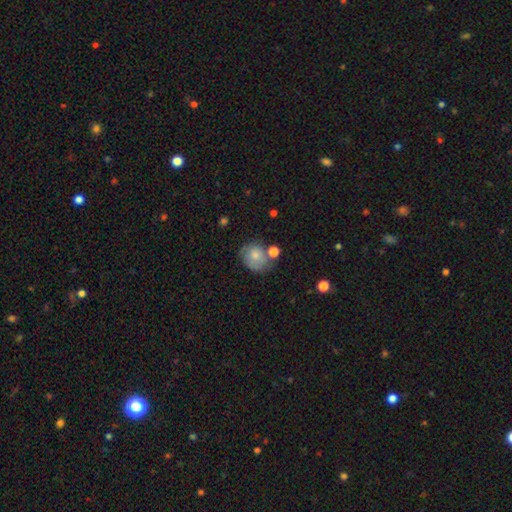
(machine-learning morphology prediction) Q: Smooth or featured?
A: smooth (72%); runner-up: featured or disk (19%)
Q: How rounded?
A: round (66%); runner-up: in between (33%)
Q: Merging?
A: none (49%); runner-up: minor disturbance (25%)